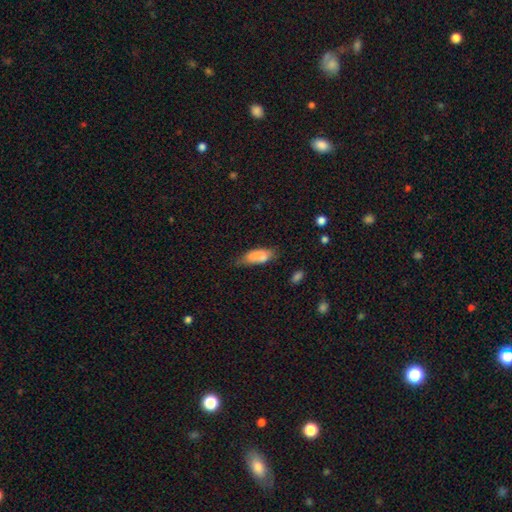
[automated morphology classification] Smooth or featured?
  - smooth: 81% *
  - featured or disk: 11%
  - star or artifact: 8%
How rounded?
  - in between: 80% *
  - cigar-shaped: 18%
  - round: 2%
Merging?
  - none: 50% *
  - minor disturbance: 35%
  - major disturbance: 10%
  - merger: 5%